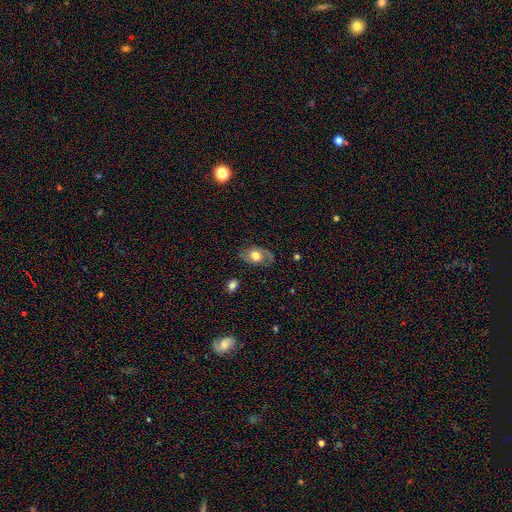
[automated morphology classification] featured or disk 60%, smooth 32%, star or artifact 8%. Down the decision tree: edge-on disk — no (95%); bar — no (72%); spiral arms — yes (81%); bulge size — moderate (53%); merging — none (74%).